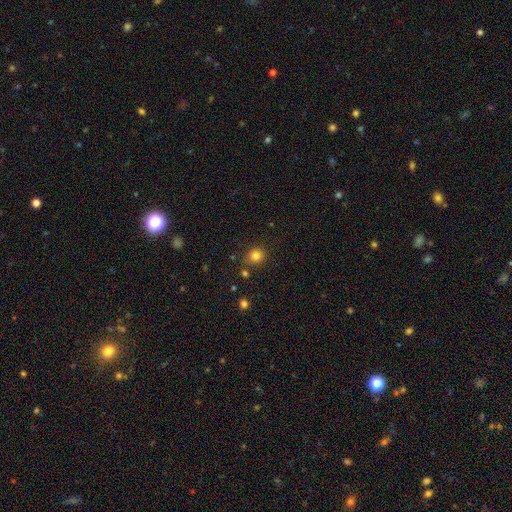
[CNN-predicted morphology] Overall: smooth (82%). How rounded: round (83%). Merging: none (82%).